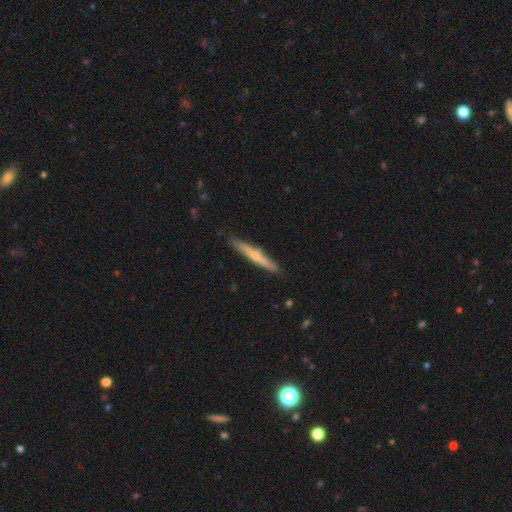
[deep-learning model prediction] smooth-or-featured: featured or disk: 55% | smooth: 39% | star or artifact: 6%
  disk-edge-on: yes: 95% | no: 5%
    edge-on-bulge: rounded: 69% | none: 27% | boxy: 4%
  merging: none: 86% | minor disturbance: 10% | merger: 2% | major disturbance: 2%